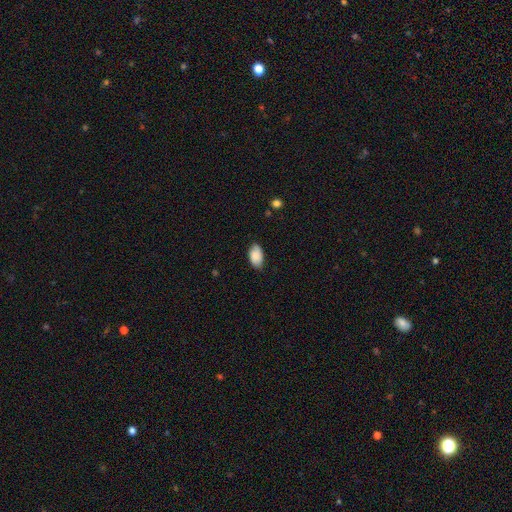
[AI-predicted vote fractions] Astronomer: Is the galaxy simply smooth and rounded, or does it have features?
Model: smooth — 84%.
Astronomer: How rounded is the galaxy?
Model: in between — 94%.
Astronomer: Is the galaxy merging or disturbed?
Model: none — 77%.